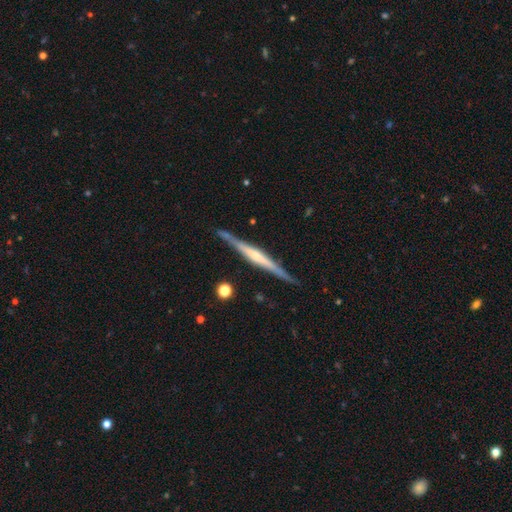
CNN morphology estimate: A featured or disk galaxy (75%) viewed edge-on (98%) with a rounded central bulge (46%). Merging: none (86%).